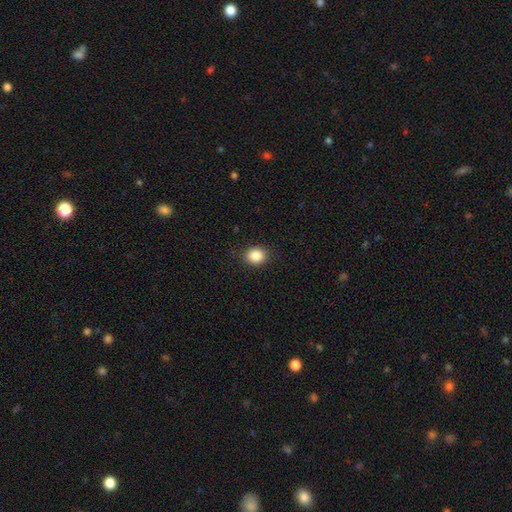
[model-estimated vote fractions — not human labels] smooth 86%, star or artifact 10%, featured or disk 4%. Down the decision tree: how rounded — round (60%); merging — none (88%).